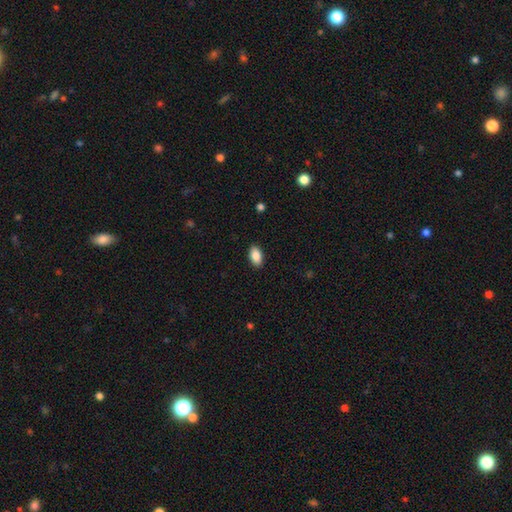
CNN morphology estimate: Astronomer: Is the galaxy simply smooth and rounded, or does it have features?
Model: smooth — 88%.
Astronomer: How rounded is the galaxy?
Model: in between — 93%.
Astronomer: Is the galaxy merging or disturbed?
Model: none — 89%.